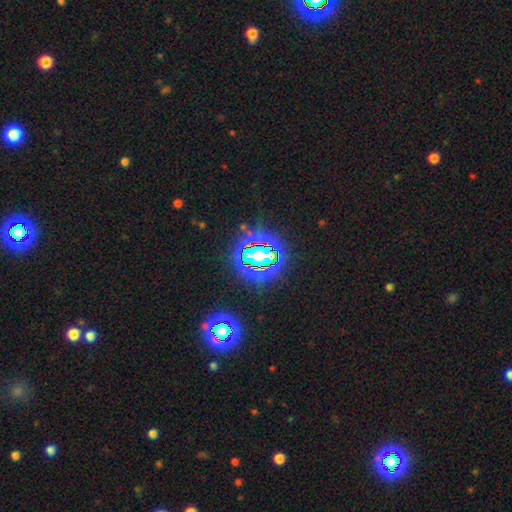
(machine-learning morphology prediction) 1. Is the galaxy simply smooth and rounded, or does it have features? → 83% star or artifact, 11% smooth, 7% featured or disk.